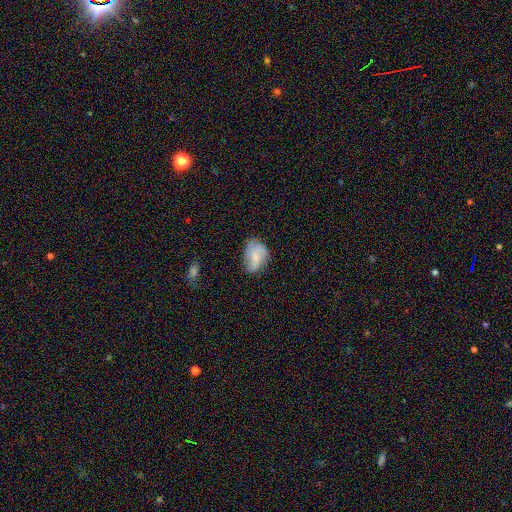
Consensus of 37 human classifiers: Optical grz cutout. It shows a smooth galaxy with no disk features (62%) that is in between round and cigar-shaped (87%). Merging: none (43%).